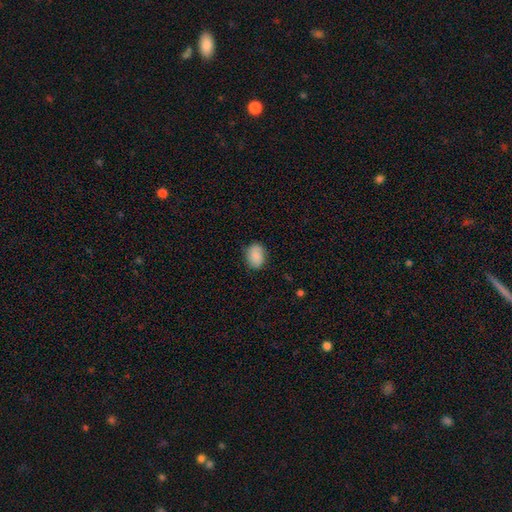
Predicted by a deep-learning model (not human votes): Morphology: type=smooth (82%); roundness=in between (65%); merging=none (81%).